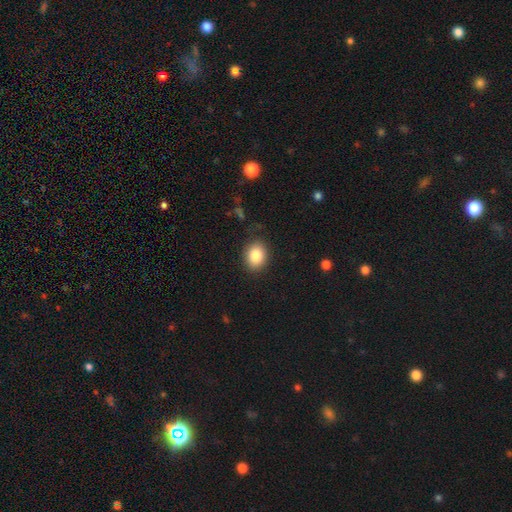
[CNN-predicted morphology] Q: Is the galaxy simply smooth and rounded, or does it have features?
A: smooth — 85%.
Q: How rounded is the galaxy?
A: in between — 58%.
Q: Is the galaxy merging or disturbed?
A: none — 86%.